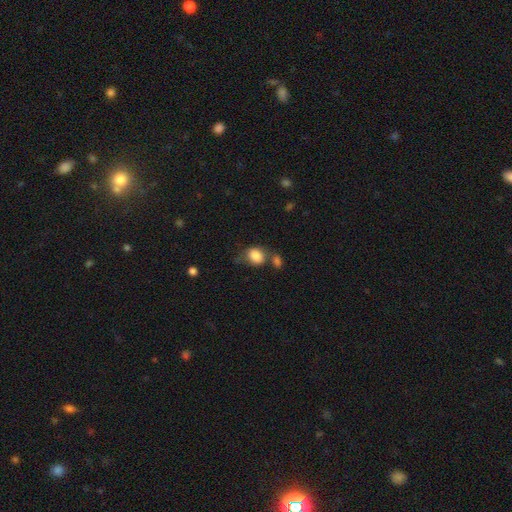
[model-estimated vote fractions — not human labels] smooth-or-featured: smooth: 84% | star or artifact: 9% | featured or disk: 7%
  how-rounded: in between: 50% | round: 49% | cigar-shaped: 1%
  merging: none: 43% | merger: 26% | minor disturbance: 21% | major disturbance: 10%